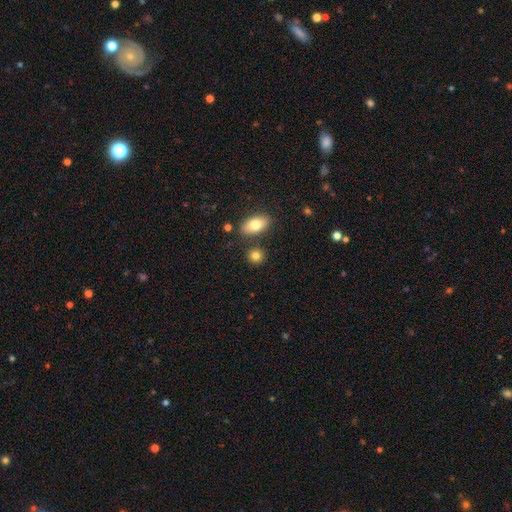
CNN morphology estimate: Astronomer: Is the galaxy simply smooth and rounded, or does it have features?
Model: smooth — 81%.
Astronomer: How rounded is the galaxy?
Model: round — 71%.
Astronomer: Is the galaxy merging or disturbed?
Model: none — 79%.